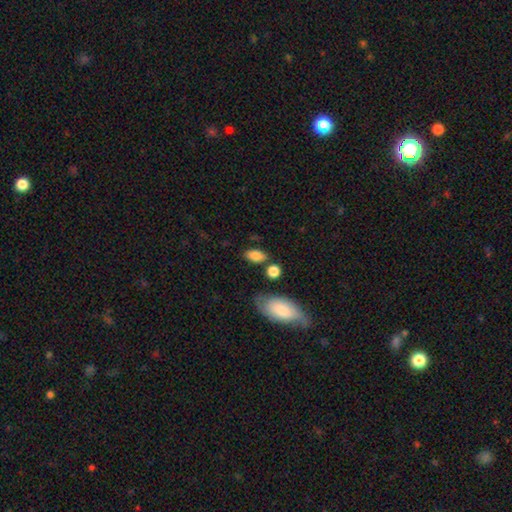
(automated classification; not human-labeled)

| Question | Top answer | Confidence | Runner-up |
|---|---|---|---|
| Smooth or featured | smooth | 85% | featured or disk (8%) |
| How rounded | in between | 86% | round (10%) |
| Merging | none | 72% | minor disturbance (15%) |